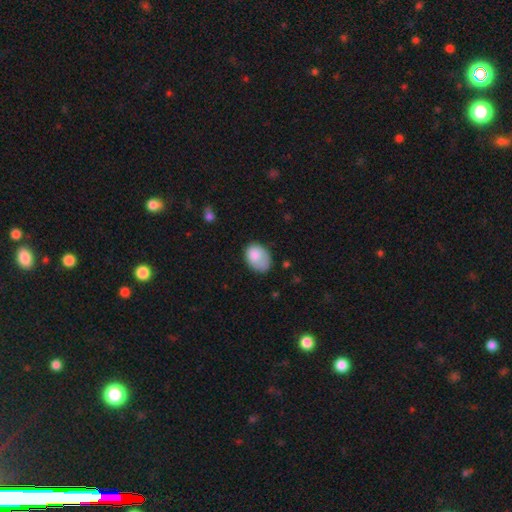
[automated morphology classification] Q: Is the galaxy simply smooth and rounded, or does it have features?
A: smooth — 81%.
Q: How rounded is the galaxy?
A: in between — 79%.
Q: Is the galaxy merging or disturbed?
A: none — 52%.